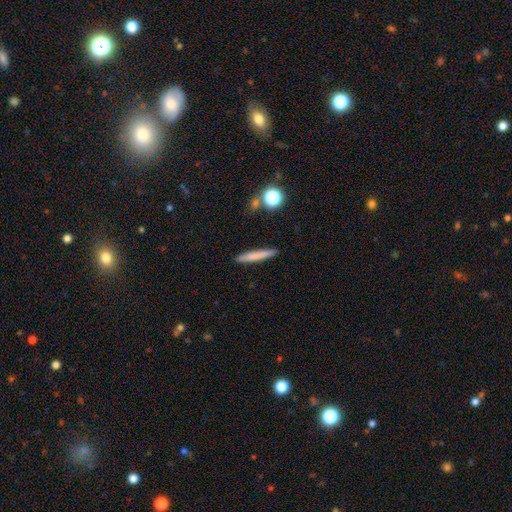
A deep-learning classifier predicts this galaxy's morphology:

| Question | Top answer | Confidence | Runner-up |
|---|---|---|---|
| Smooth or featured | smooth | 71% | featured or disk (21%) |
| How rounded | cigar-shaped | 94% | in between (4%) |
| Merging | none | 89% | minor disturbance (7%) |